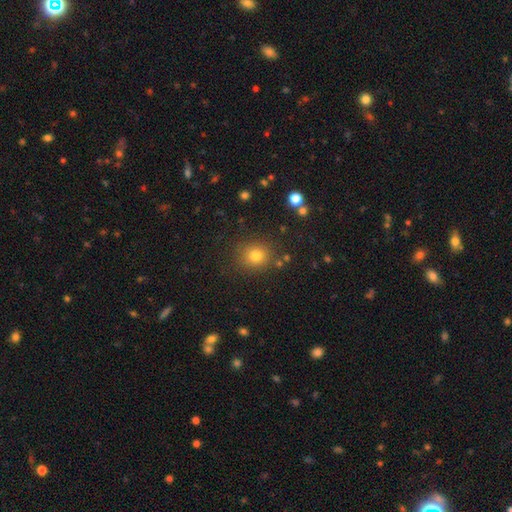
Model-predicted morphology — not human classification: This is likely a smooth galaxy (77%). How rounded: clearly round (85%). Merging: clearly none (85%).